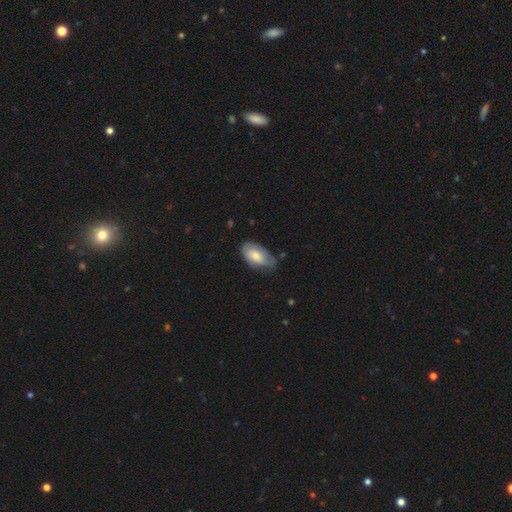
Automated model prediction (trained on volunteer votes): Q: Smooth or featured?
A: smooth (70%); runner-up: featured or disk (24%)
Q: How rounded?
A: in between (94%); runner-up: round (4%)
Q: Merging?
A: none (52%); runner-up: minor disturbance (37%)